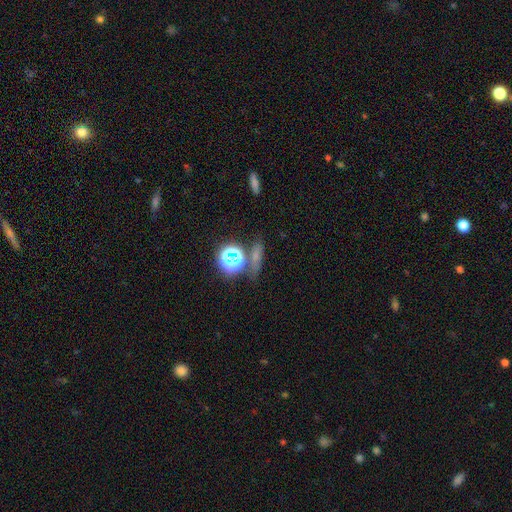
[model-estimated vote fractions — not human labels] The model was most divided on "how rounded": cigar-shaped: 40%, in between: 31%, round: 29%. More confident: merging — none (70%); smooth or featured — smooth (50%).